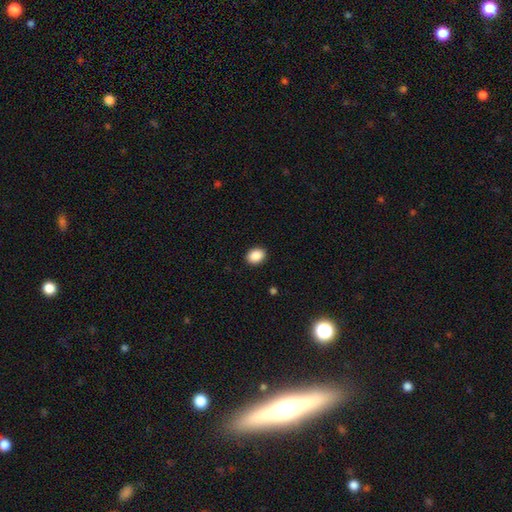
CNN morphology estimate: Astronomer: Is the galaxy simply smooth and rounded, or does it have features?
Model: smooth — 89%.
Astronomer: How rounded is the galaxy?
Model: in between — 68%.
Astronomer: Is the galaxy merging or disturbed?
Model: none — 91%.